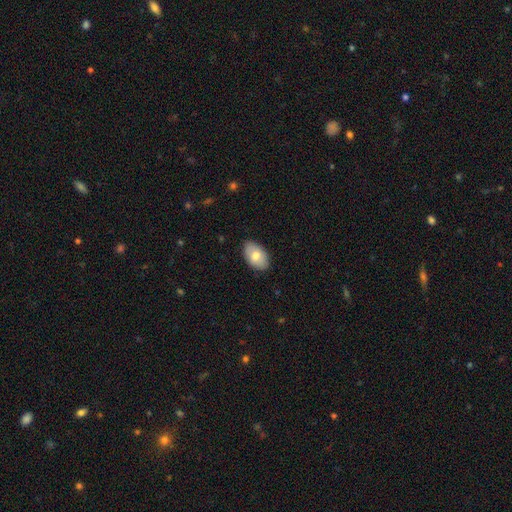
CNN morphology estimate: This appears to be a smooth galaxy with no disk features (74%) that is in between round and cigar-shaped (91%). Merging: none (84%).